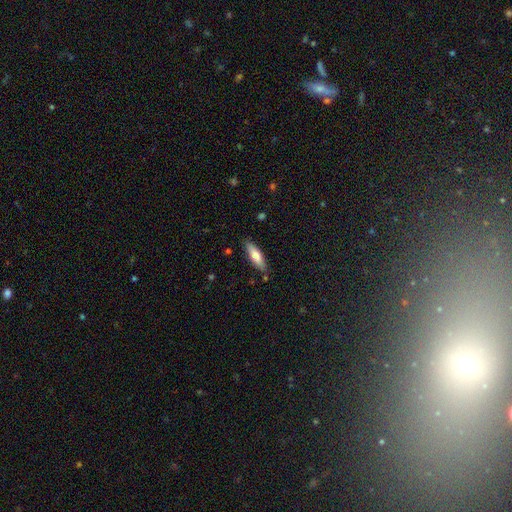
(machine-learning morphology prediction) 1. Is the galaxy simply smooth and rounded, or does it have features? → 70% smooth, 24% featured or disk, 6% star or artifact.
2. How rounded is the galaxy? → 55% cigar-shaped, 43% in between, 2% round.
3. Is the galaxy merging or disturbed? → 85% none, 11% minor disturbance, 2% major disturbance, 2% merger.